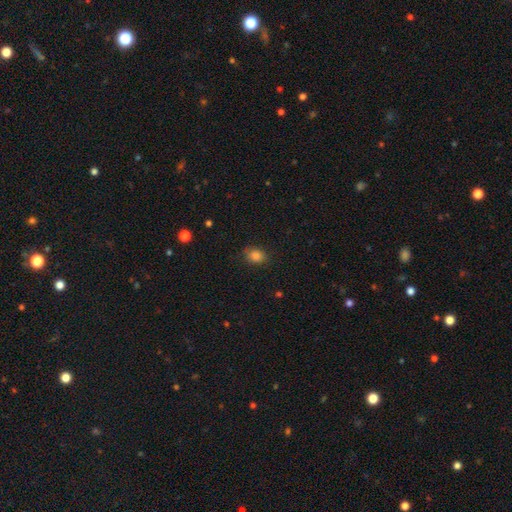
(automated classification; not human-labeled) This appears to be a smooth galaxy with no disk features (85%) that is in between round and cigar-shaped (64%). Merging: none (81%).